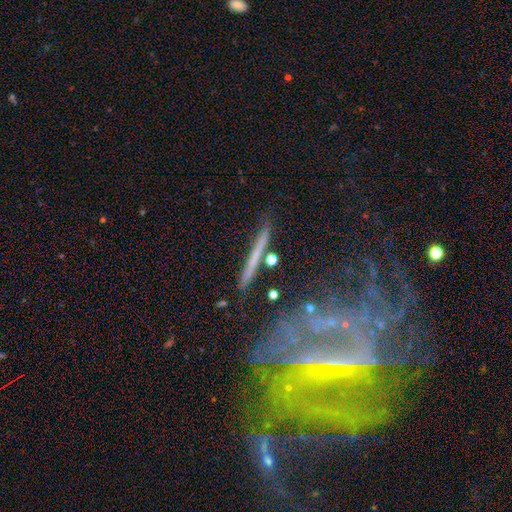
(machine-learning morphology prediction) Smooth or featured? featured or disk (52%)
Edge-on disk? yes (89%)
Merging? none (84%)